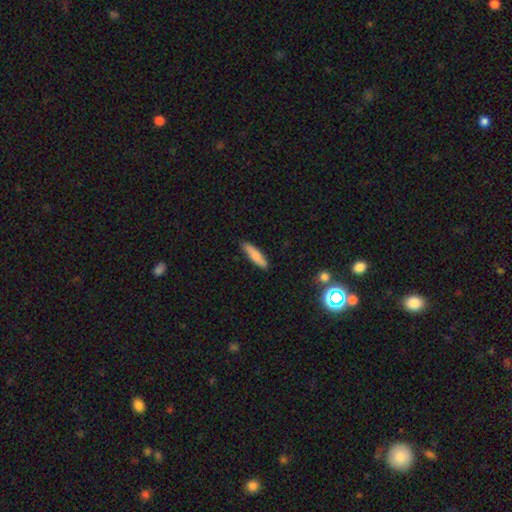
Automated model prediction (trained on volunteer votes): The model was most divided on "how rounded": cigar-shaped: 78%, in between: 21%, round: 2%. More confident: merging — none (87%); smooth or featured — smooth (78%).